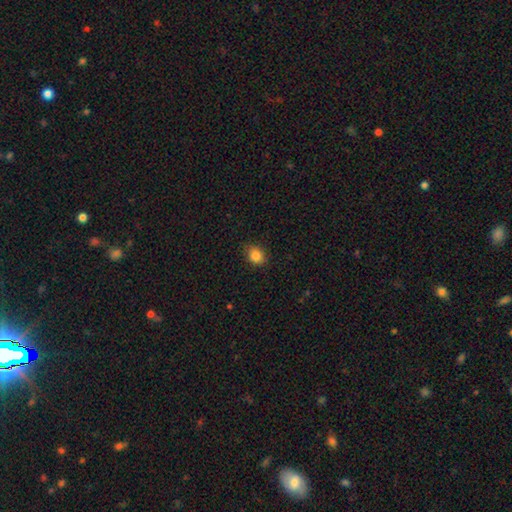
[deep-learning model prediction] This appears to be a smooth galaxy with no disk features (85%) that is round (52%). Merging: none (83%).